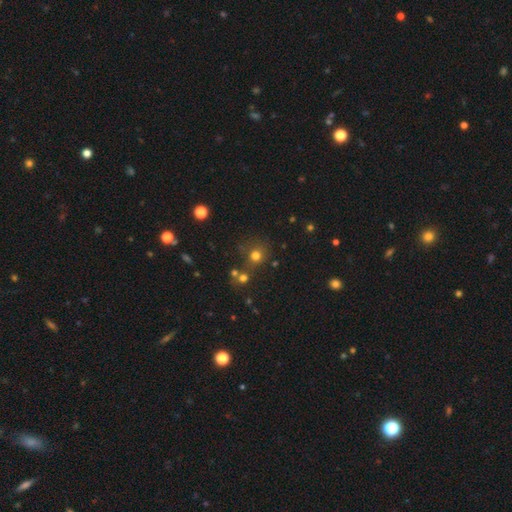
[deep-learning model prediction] Smooth or featured? Predicted: smooth (p=0.70). How rounded? Predicted: round (p=0.88). Merging? Predicted: none (p=0.69).